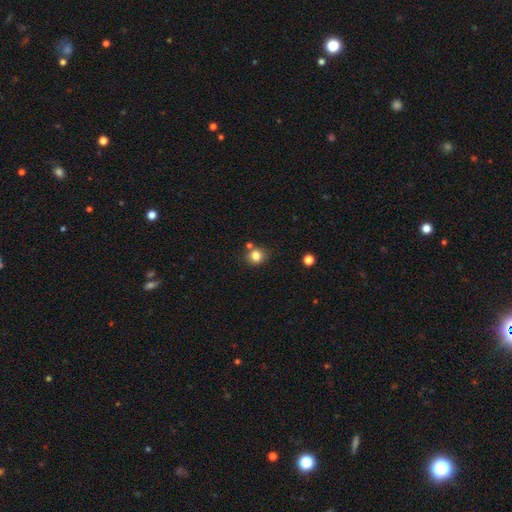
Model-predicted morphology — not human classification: Smooth or featured? Predicted: smooth (p=0.82). How rounded? Predicted: round (p=0.87). Merging? Predicted: none (p=0.76).